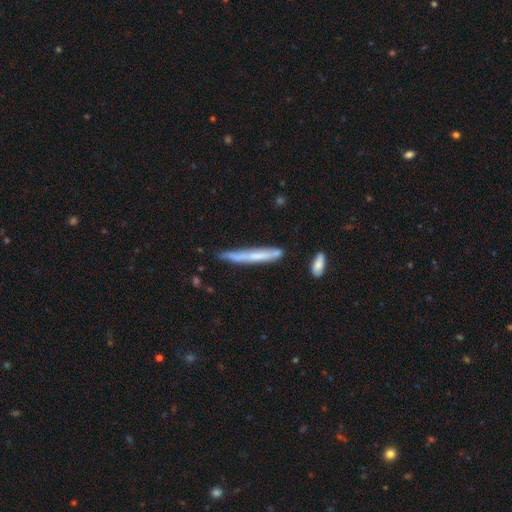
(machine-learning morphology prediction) type=smooth (54%); roundness=cigar-shaped (96%); merging=none (69%).